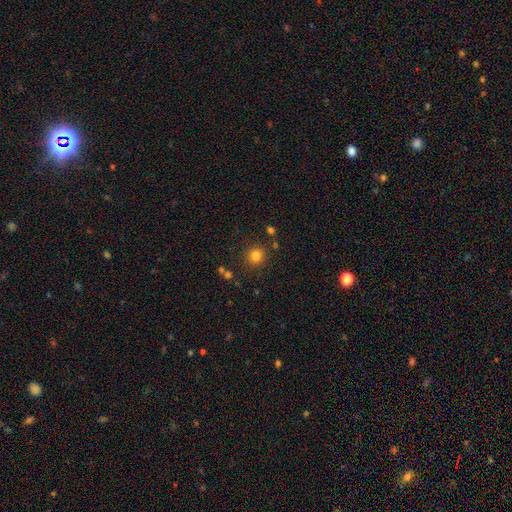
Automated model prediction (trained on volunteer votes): This appears to be a smooth galaxy with no disk features (81%) that is round (90%). Merging: none (85%).